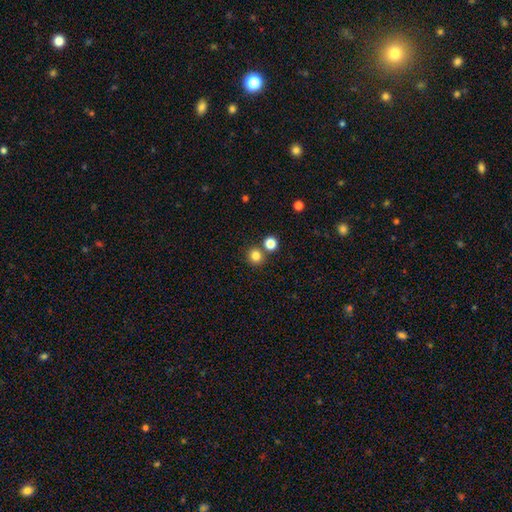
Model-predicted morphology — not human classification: Smooth or featured?
  - smooth: 81% *
  - star or artifact: 14%
  - featured or disk: 5%
How rounded?
  - round: 93% *
  - in between: 6%
  - cigar-shaped: 1%
Merging?
  - none: 77% *
  - merger: 15%
  - minor disturbance: 6%
  - major disturbance: 2%